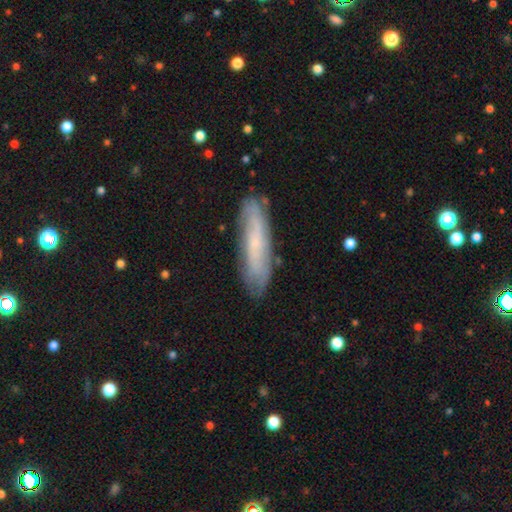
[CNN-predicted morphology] This appears to be a featured or disk galaxy (50%). Merging: none (76%).